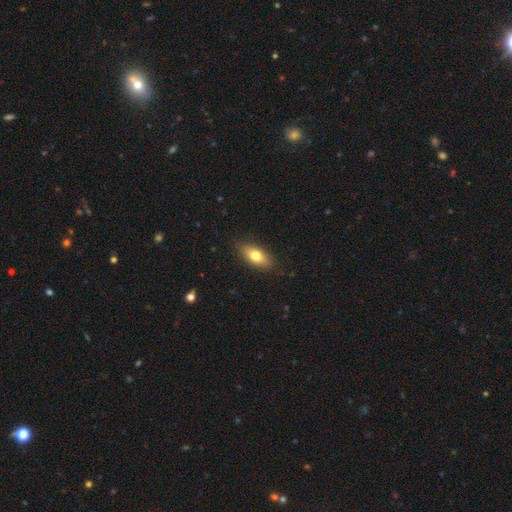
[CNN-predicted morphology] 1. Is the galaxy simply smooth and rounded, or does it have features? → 74% smooth, 19% featured or disk, 7% star or artifact.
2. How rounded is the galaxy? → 83% in between, 12% cigar-shaped, 5% round.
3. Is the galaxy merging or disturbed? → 86% none, 11% minor disturbance, 2% major disturbance, 1% merger.